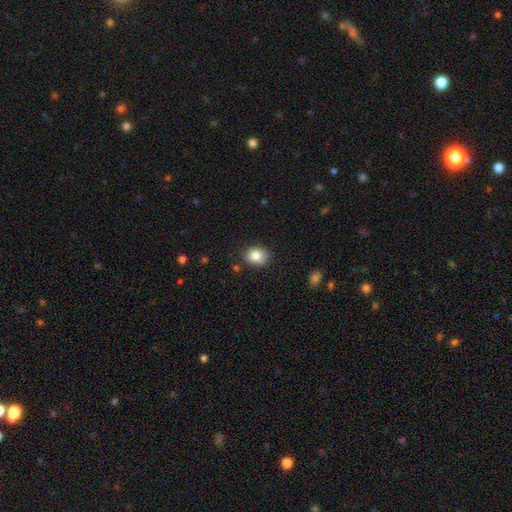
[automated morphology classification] smooth 83%, star or artifact 9%, featured or disk 8%. Down the decision tree: how rounded — in between (56%); merging — none (76%).